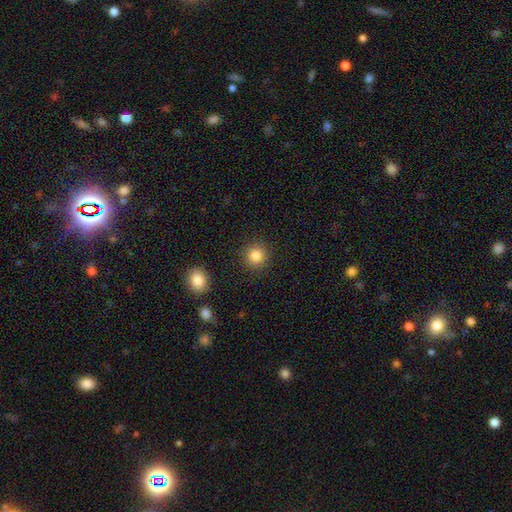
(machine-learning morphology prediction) type=smooth (85%); roundness=round (93%); merging=none (90%).